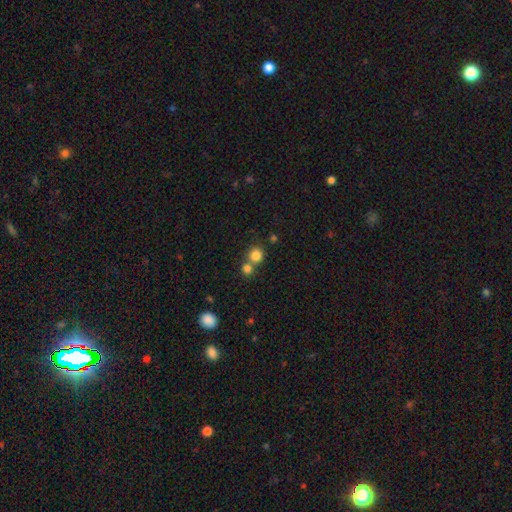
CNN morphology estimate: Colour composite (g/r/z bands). It shows a smooth galaxy with no disk features (82%) that is round (90%). Merging: none (55%).